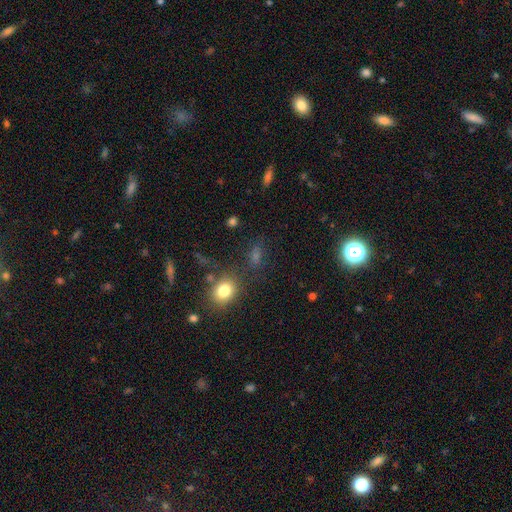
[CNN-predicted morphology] smooth-or-featured: smooth: 55% | star or artifact: 34% | featured or disk: 11%
  how-rounded: in between: 52% | round: 43% | cigar-shaped: 5%
  merging: none: 75% | minor disturbance: 12% | merger: 7% | major disturbance: 6%